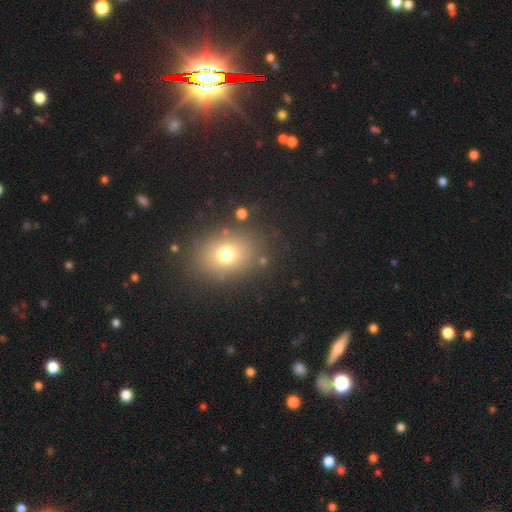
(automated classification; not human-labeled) Q: Smooth or featured?
A: smooth (67%); runner-up: star or artifact (21%)
Q: How rounded?
A: in between (53%); runner-up: round (45%)
Q: Merging?
A: none (86%); runner-up: minor disturbance (8%)